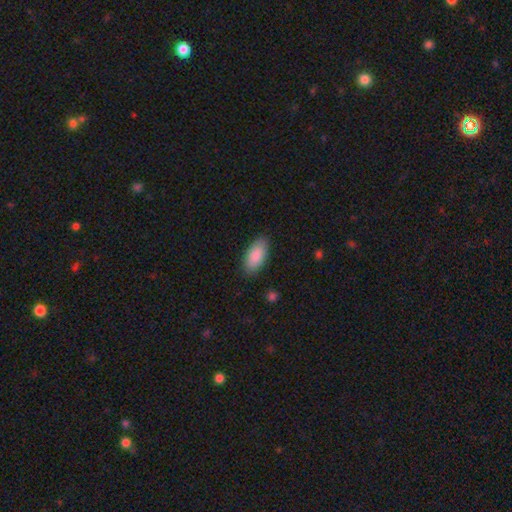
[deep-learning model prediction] This appears to be a smooth galaxy with no disk features (88%) that is in between round and cigar-shaped (92%). Merging: none (86%).